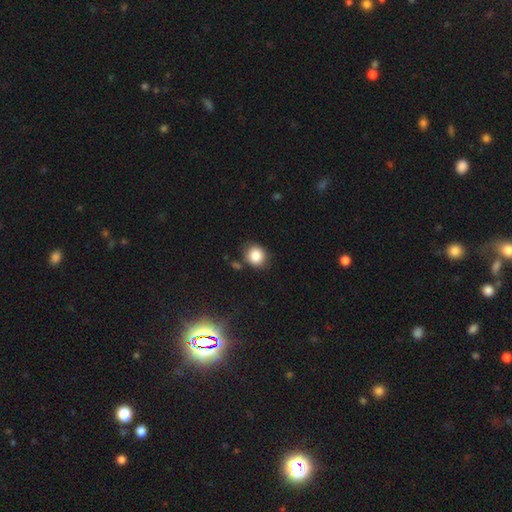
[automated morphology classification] This appears to be a smooth galaxy with no disk features (85%) that is round (75%). Merging: none (78%).